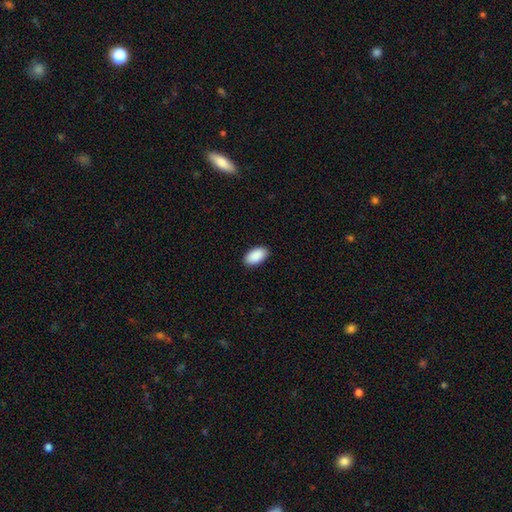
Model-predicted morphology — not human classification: This appears to be a smooth galaxy with no disk features (91%) that is in between round and cigar-shaped (96%). Merging: none (89%).